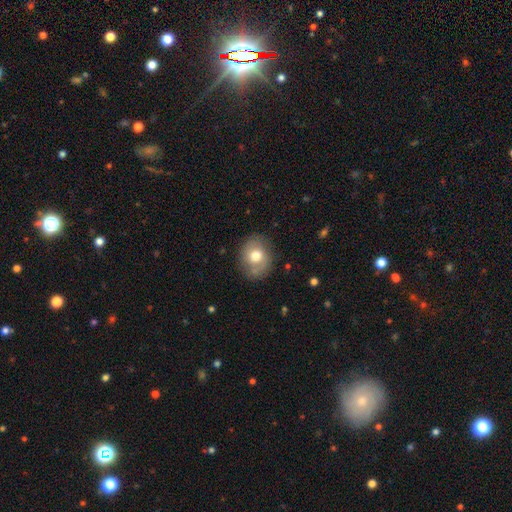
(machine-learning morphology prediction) Smooth or featured? Predicted: smooth (p=0.69). How rounded? Predicted: round (p=0.61). Merging? Predicted: none (p=0.79).